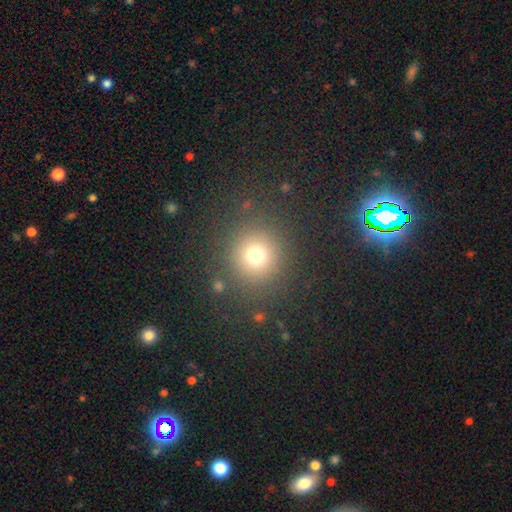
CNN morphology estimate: A smooth galaxy with no disk features (72%) that is round (93%).

Vote fractions:
- Smooth or featured? smooth: 72% / star or artifact: 19% / featured or disk: 9%
- How rounded? round: 93% / in between: 6% / cigar-shaped: 1%
- Merging? none: 85% / minor disturbance: 7% / major disturbance: 5% / merger: 2%